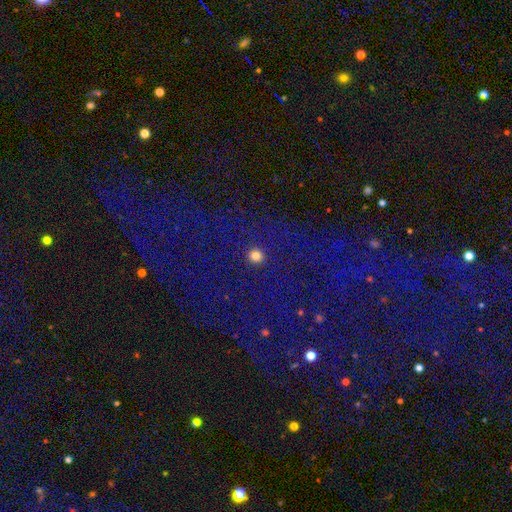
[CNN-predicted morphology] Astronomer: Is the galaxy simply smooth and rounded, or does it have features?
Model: smooth — 79%.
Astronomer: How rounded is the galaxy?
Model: round — 92%.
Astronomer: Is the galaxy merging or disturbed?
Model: none — 91%.